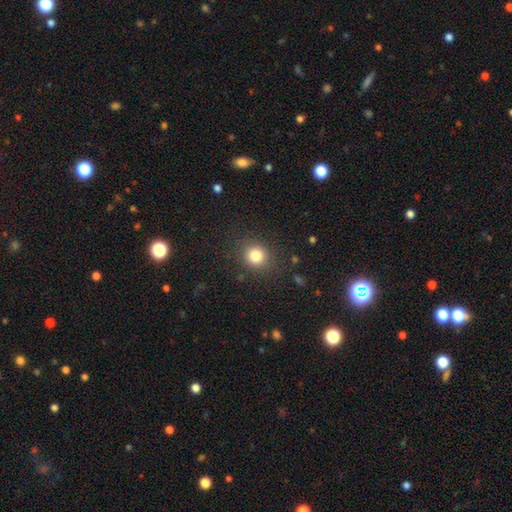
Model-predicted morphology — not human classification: A smooth galaxy with no disk features (82%) that is round (85%).

Vote fractions:
- Smooth or featured? smooth: 82% / star or artifact: 12% / featured or disk: 6%
- How rounded? round: 85% / in between: 15% / cigar-shaped: 1%
- Merging? none: 85% / minor disturbance: 9% / major disturbance: 4% / merger: 2%